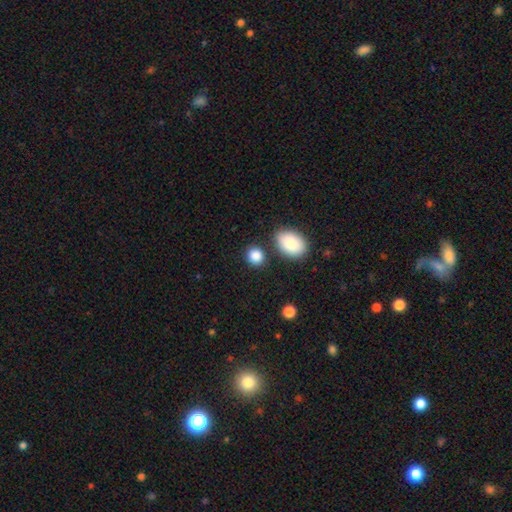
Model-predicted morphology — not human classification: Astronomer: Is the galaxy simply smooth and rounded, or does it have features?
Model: smooth — 87%.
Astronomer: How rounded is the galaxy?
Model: round — 65%.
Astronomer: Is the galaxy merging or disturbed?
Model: none — 78%.